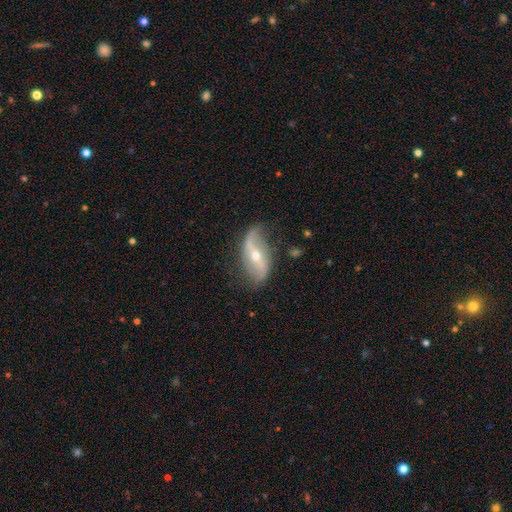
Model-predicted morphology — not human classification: A featured or disk galaxy (82%) with a strong bar (41%), 2 (89%) loose (77%) spiral arms (89%) and a small central bulge (49%). Merging: none (66%).